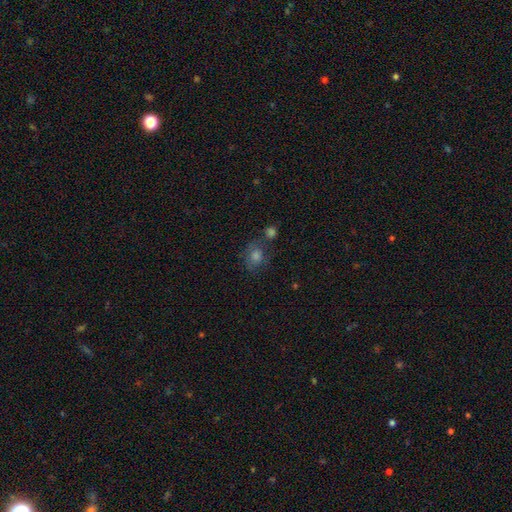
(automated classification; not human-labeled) smooth 50%, star or artifact 26%, featured or disk 24%. Down the decision tree: how rounded — round (65%); merging — none (63%).